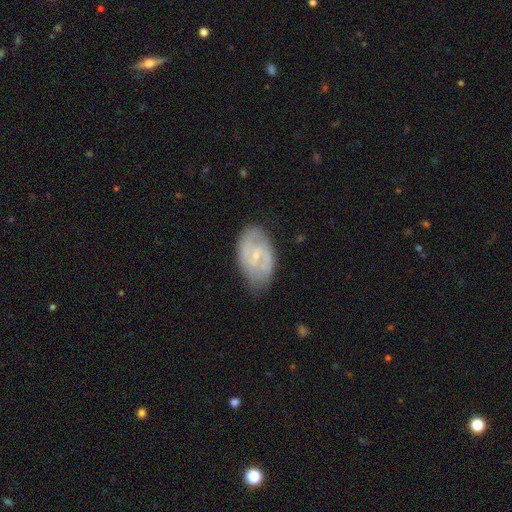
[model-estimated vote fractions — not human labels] This appears to be a featured or disk galaxy (70%) with a weak bar (50%), 2 (70%) medium (45%) spiral arms (77%) and a small central bulge (73%). Merging: none (71%).